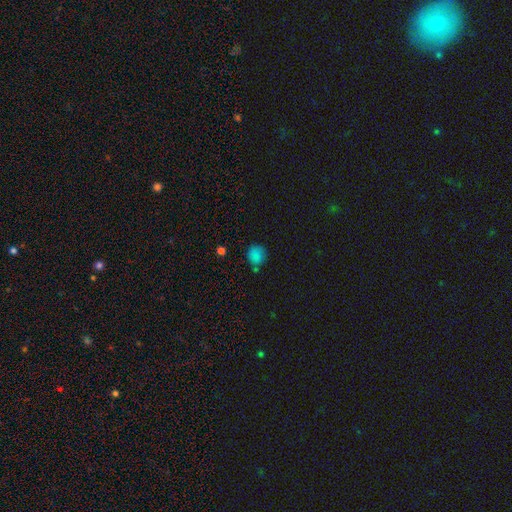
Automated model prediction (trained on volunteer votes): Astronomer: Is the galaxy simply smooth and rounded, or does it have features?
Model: smooth — 82%.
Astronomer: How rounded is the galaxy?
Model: round — 82%.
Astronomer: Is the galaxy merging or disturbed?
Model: none — 67%.